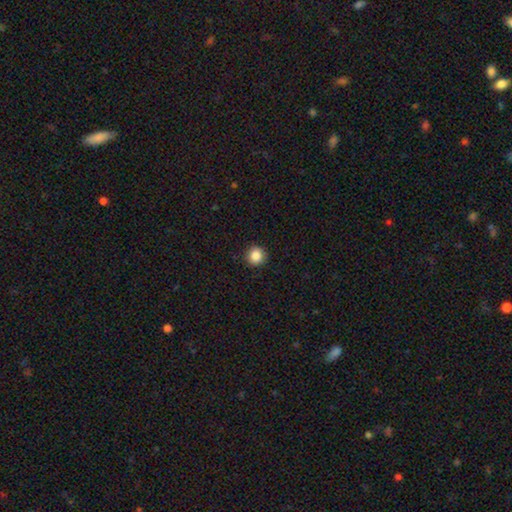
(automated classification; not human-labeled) A smooth galaxy with no disk features (86%) that is round (94%). Merging: none (91%).